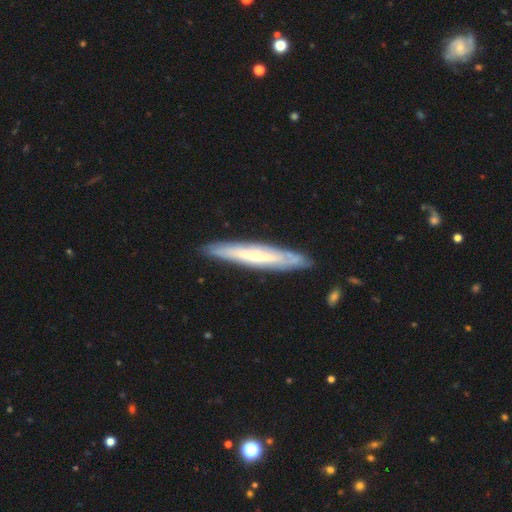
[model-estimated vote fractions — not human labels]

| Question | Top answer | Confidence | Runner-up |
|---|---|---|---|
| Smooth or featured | featured or disk | 64% | smooth (31%) |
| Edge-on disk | yes | 74% | no (26%) |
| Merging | none | 84% | minor disturbance (12%) |